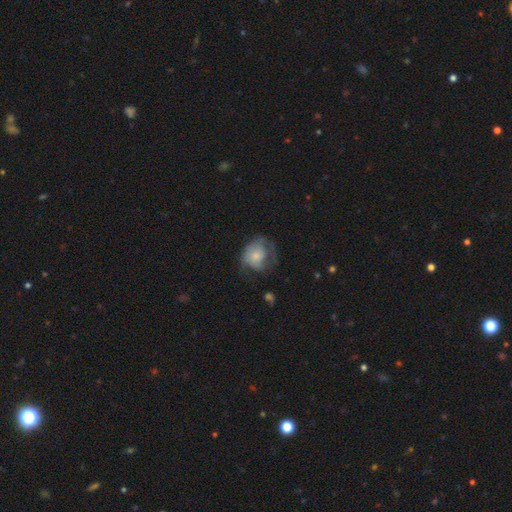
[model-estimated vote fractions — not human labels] smooth_or_featured: smooth (p=0.61) [alt: featured or disk p=0.32]
how_rounded: round (p=0.60) [alt: in between p=0.39]
merging: major disturbance (p=0.35) [alt: none p=0.33]